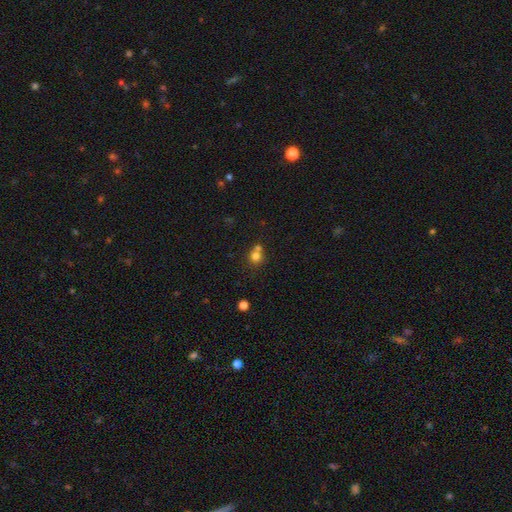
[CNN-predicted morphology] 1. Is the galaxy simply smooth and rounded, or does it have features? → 76% smooth, 14% star or artifact, 11% featured or disk.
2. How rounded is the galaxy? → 83% round, 16% in between, 1% cigar-shaped.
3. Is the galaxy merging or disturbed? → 45% none, 44% merger, 8% minor disturbance, 3% major disturbance.